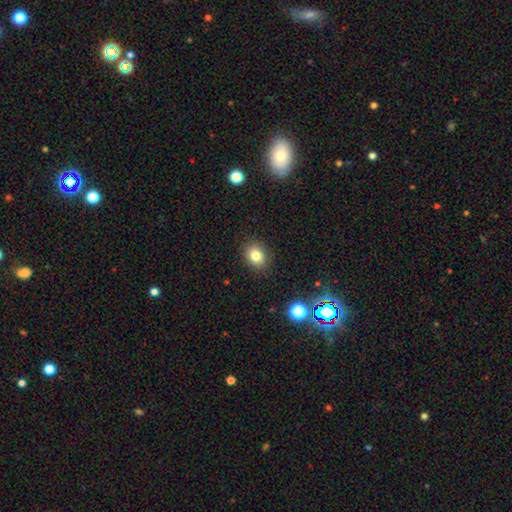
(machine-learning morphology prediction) smooth_or_featured: smooth (p=0.80) [alt: star or artifact p=0.12]
how_rounded: round (p=0.50) [alt: in between p=0.49]
merging: none (p=0.89) [alt: minor disturbance p=0.07]